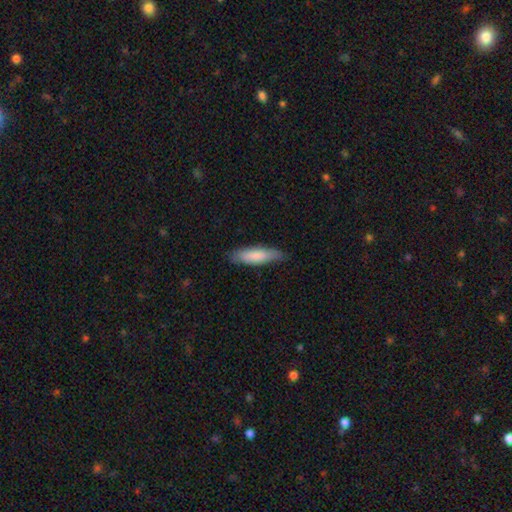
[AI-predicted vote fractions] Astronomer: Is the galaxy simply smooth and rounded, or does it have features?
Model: smooth — 81%.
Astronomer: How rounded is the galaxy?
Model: cigar-shaped — 59% (runner-up: in between, 39%).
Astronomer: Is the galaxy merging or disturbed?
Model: none — 79%.